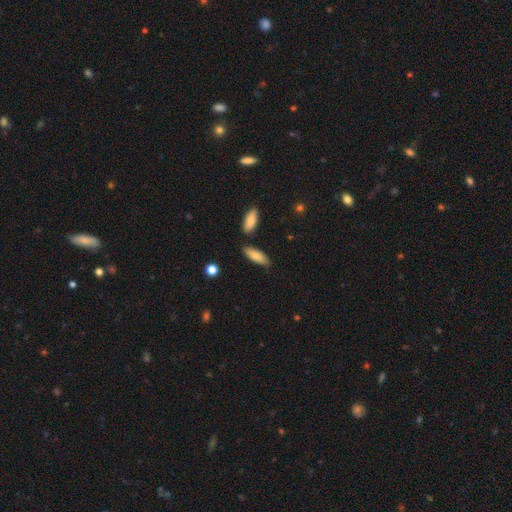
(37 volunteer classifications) Smooth or featured?
  - smooth: 86% *
  - featured or disk: 11%
  - star or artifact: 3%
How rounded?
  - in between: 69% *
  - cigar-shaped: 28%
  - round: 3%
Merging?
  - none: 75% *
  - merger: 11%
  - minor disturbance: 8%
  - major disturbance: 6%